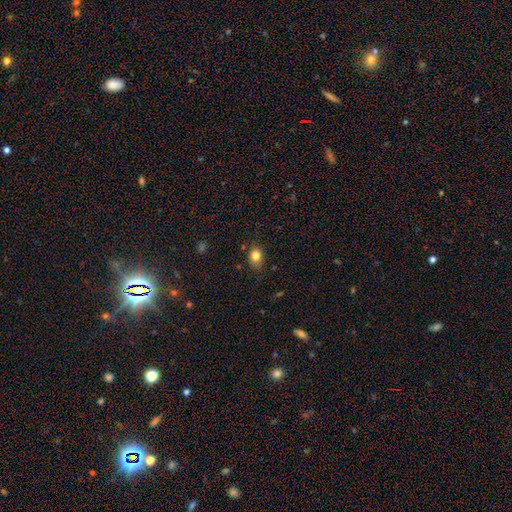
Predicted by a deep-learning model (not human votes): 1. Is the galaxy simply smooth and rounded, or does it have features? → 82% smooth, 10% star or artifact, 7% featured or disk.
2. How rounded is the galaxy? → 63% in between, 36% round, 1% cigar-shaped.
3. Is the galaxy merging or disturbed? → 74% none, 20% minor disturbance, 4% major disturbance, 2% merger.